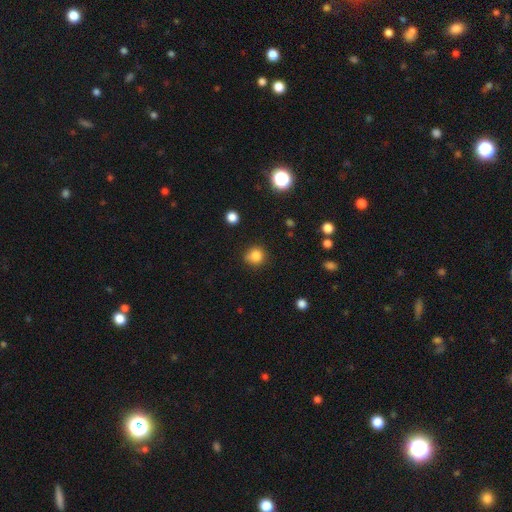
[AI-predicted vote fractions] smooth_or_featured: smooth (p=0.83) [alt: star or artifact p=0.12]
how_rounded: round (p=0.86) [alt: in between p=0.13]
merging: none (p=0.79) [alt: minor disturbance p=0.15]